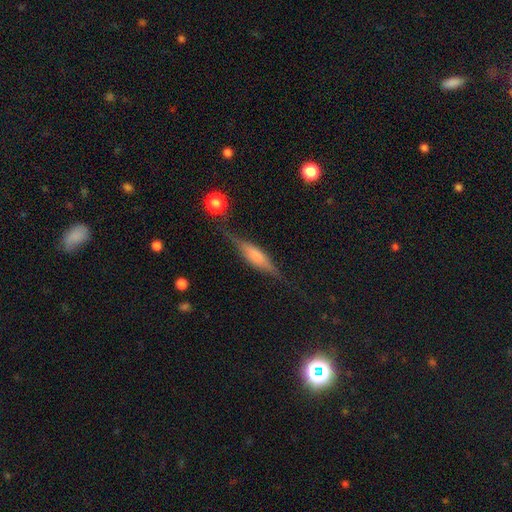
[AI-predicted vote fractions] Smooth or featured: featured or disk — 59% (smooth — 33%)
Edge-on disk: yes — 95% (no — 5%)
Edge-on bulge: rounded — 49% (boxy — 39%)
Merging: none — 76% (minor disturbance — 16%)